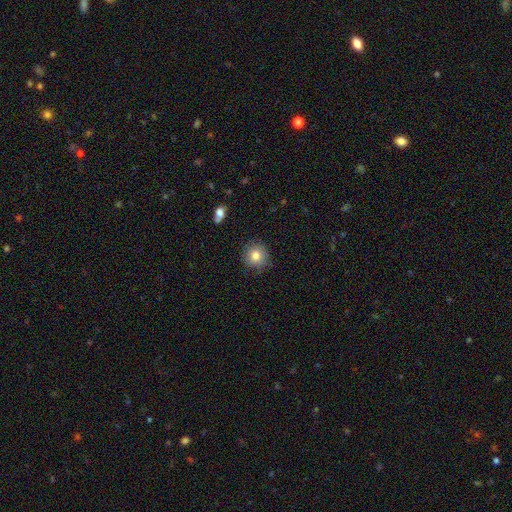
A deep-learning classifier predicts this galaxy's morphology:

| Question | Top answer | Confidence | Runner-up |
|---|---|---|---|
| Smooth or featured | smooth | 80% | featured or disk (10%) |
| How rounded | round | 92% | in between (7%) |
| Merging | none | 86% | minor disturbance (11%) |